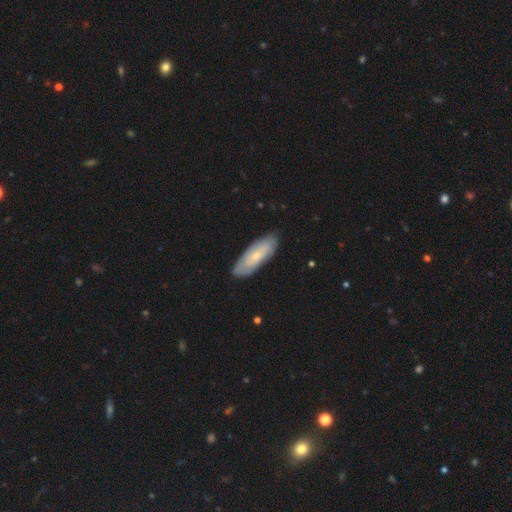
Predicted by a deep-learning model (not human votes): Overall: smooth (49%; featured or disk 45%). Merging: none (84%).